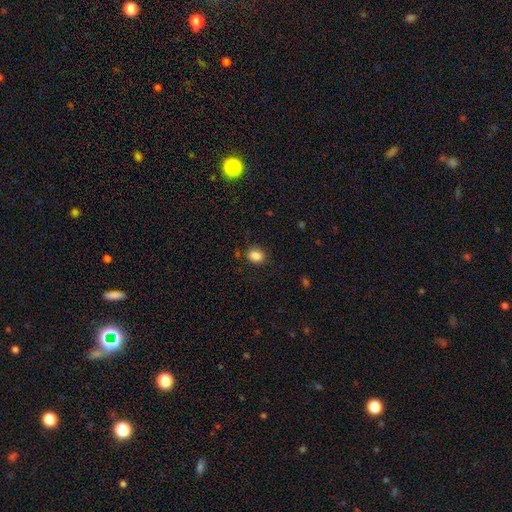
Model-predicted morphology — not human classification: This appears to be a smooth galaxy with no disk features (85%) that is in between round and cigar-shaped (54%). Merging: none (80%).